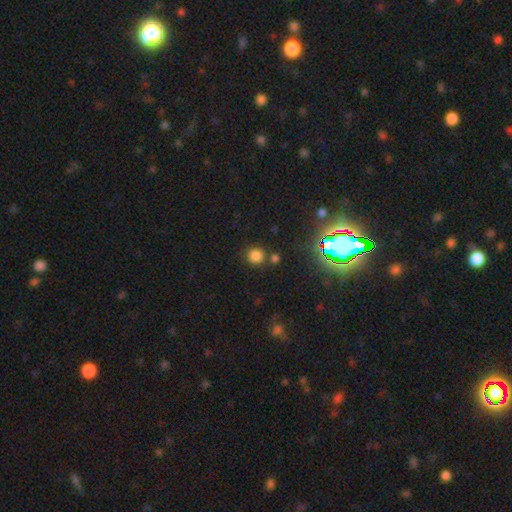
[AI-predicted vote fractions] Q: Smooth or featured?
A: smooth (75%); runner-up: star or artifact (20%)
Q: How rounded?
A: round (90%); runner-up: in between (9%)
Q: Merging?
A: none (77%); runner-up: merger (11%)